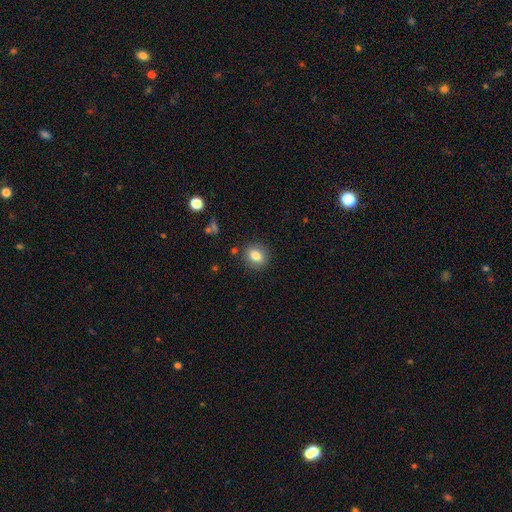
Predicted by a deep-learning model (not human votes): The model was most divided on "how rounded": round: 67%, in between: 32%, cigar-shaped: 1%. More confident: merging — none (88%); smooth or featured — smooth (81%).